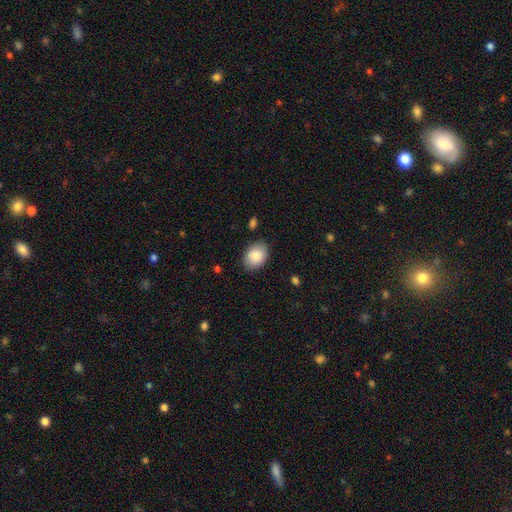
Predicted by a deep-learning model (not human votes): Smooth or featured? Predicted: smooth (p=0.87). How rounded? Predicted: in between (p=0.75). Merging? Predicted: none (p=0.86).